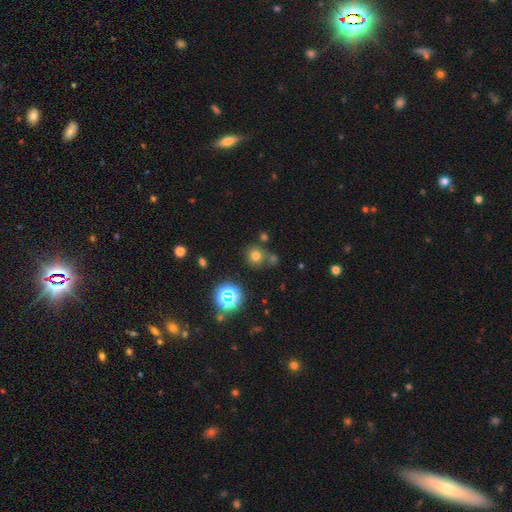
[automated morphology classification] A smooth galaxy with no disk features (67%) that is round (89%).

Vote fractions:
- Smooth or featured? smooth: 67% / star or artifact: 24% / featured or disk: 9%
- How rounded? round: 89% / in between: 10% / cigar-shaped: 1%
- Merging? none: 68% / merger: 17% / minor disturbance: 10% / major disturbance: 4%